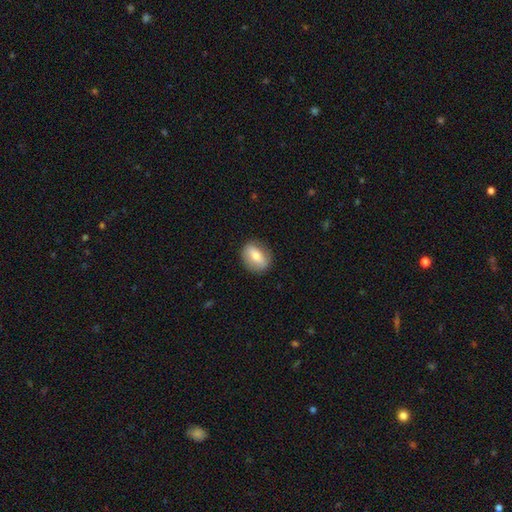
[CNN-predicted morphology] The model was most divided on "smooth or featured": smooth: 62%, featured or disk: 31%, star or artifact: 7%. More confident: merging — none (82%); how rounded — in between (66%).